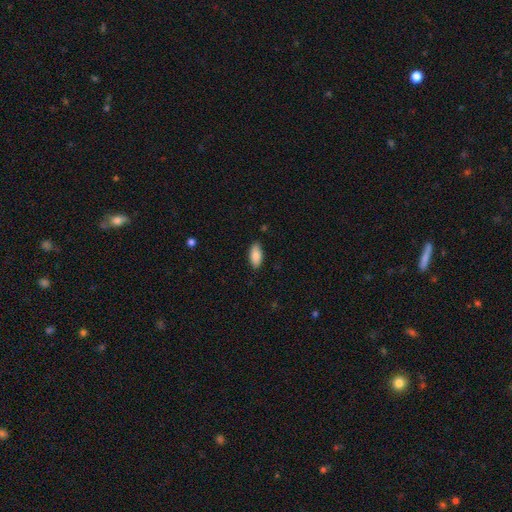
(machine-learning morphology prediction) smooth_or_featured: smooth (p=0.85) [alt: featured or disk p=0.08]
how_rounded: in between (p=0.90) [alt: cigar-shaped p=0.08]
merging: none (p=0.85) [alt: minor disturbance p=0.11]